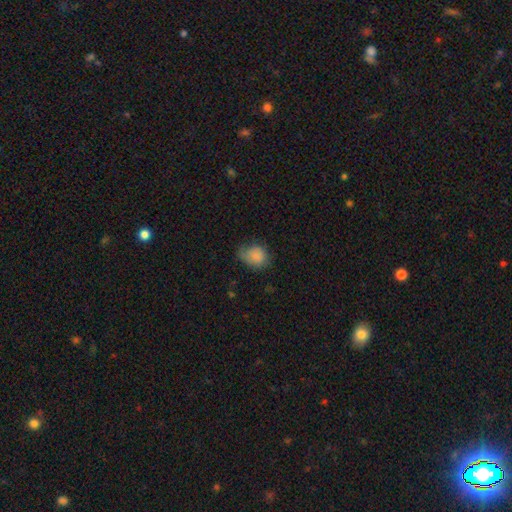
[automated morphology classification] type=smooth (80%); roundness=round (50%); merging=none (48%).